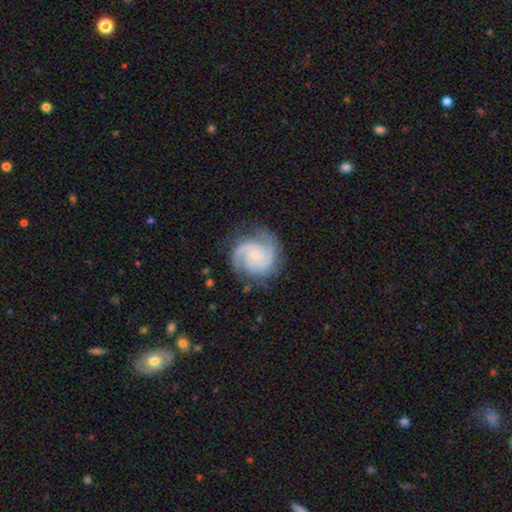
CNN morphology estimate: The model was most divided on "spiral arm count": 2: 47%, 3: 32%, can't tell: 9%, 4: 5%, 1: 4%, more than 4: 4%. More confident: edge-on disk — no (98%); spiral arms — yes (98%); smooth or featured — featured or disk (90%); bulge size — small (77%); merging — none (76%); bar — no (71%); spiral winding — tight (57%).